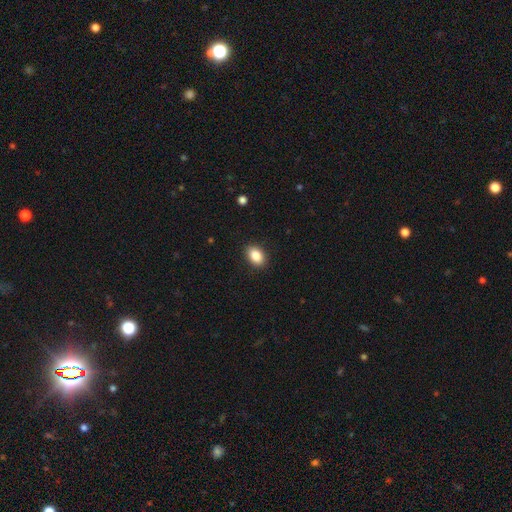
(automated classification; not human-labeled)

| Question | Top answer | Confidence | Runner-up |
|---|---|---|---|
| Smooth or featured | smooth | 87% | star or artifact (8%) |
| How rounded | in between | 83% | round (16%) |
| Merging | none | 89% | minor disturbance (8%) |